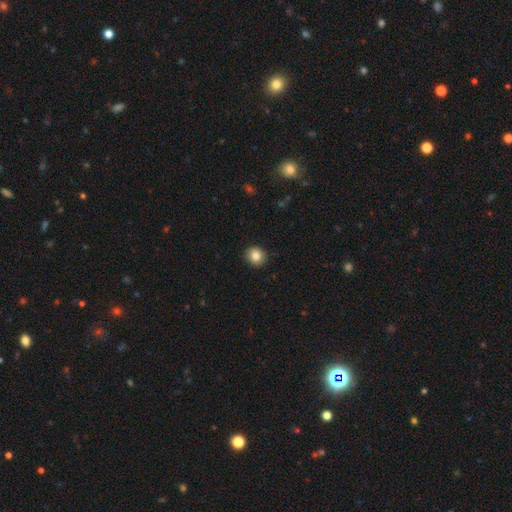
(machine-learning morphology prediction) Overall: smooth (84%). How rounded: round (83%). Merging: none (91%).